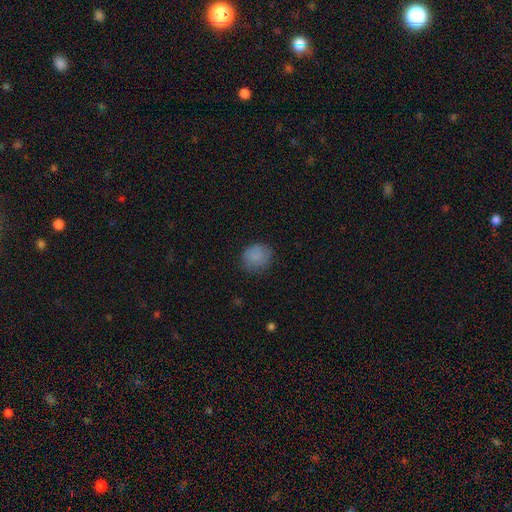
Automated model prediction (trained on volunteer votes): Q: Smooth or featured?
A: smooth (85%); runner-up: star or artifact (9%)
Q: How rounded?
A: round (78%); runner-up: in between (21%)
Q: Merging?
A: none (78%); runner-up: minor disturbance (16%)